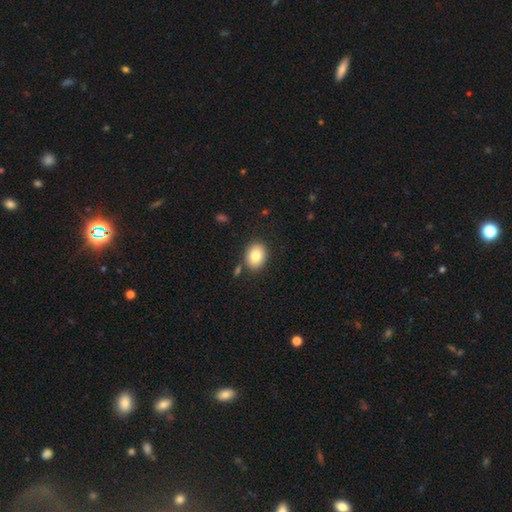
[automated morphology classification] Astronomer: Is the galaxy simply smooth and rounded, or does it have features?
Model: smooth — 83%.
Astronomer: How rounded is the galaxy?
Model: in between — 61% (runner-up: round, 38%).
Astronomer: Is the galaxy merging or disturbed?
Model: none — 84%.